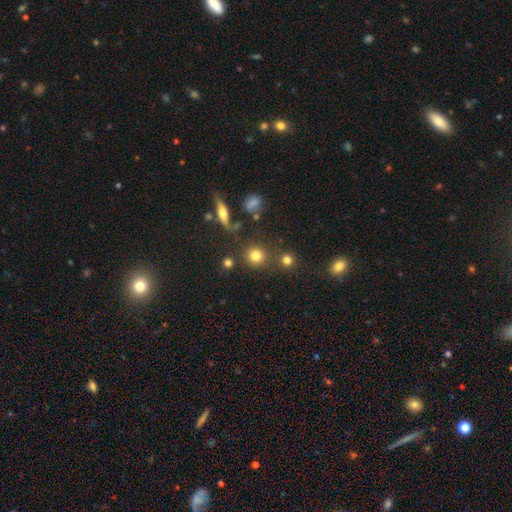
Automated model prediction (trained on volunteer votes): A smooth galaxy with no disk features (79%) that is round (91%).

Vote fractions:
- Smooth or featured? smooth: 79% / star or artifact: 13% / featured or disk: 8%
- How rounded? round: 91% / in between: 7% / cigar-shaped: 1%
- Merging? none: 79% / merger: 9% / minor disturbance: 8% / major disturbance: 4%